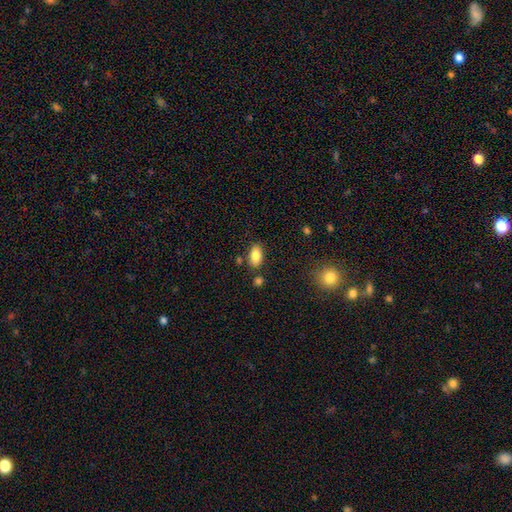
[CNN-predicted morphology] Smooth or featured: smooth — 84% (featured or disk — 8%)
How rounded: in between — 91% (round — 5%)
Merging: none — 79% (minor disturbance — 12%)